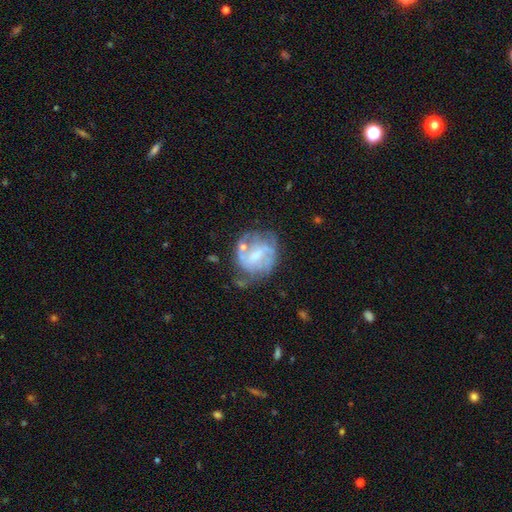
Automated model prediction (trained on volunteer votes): Q: Smooth or featured?
A: featured or disk (68%); runner-up: smooth (24%)
Q: Edge-on disk?
A: no (98%); runner-up: yes (2%)
Q: Bar?
A: weak (48%); runner-up: no (32%)
Q: Spiral arms?
A: yes (64%); runner-up: no (36%)
Q: Bulge size?
A: moderate (37%); runner-up: small (32%)
Q: Merging?
A: none (49%); runner-up: minor disturbance (26%)